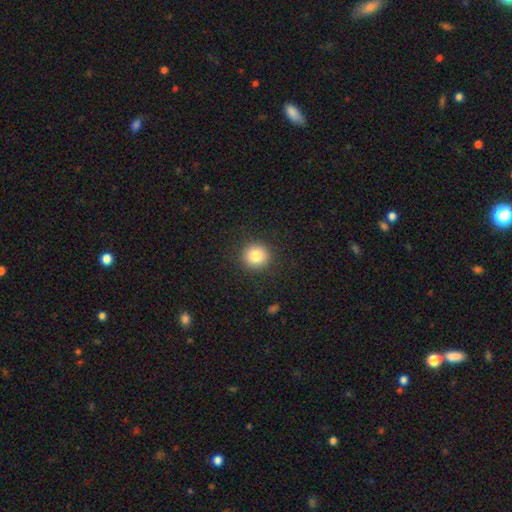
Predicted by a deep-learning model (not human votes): Smooth or featured?
  - smooth: 83% *
  - star or artifact: 10%
  - featured or disk: 7%
How rounded?
  - round: 94% *
  - in between: 5%
  - cigar-shaped: 1%
Merging?
  - none: 91% *
  - minor disturbance: 6%
  - major disturbance: 2%
  - merger: 1%